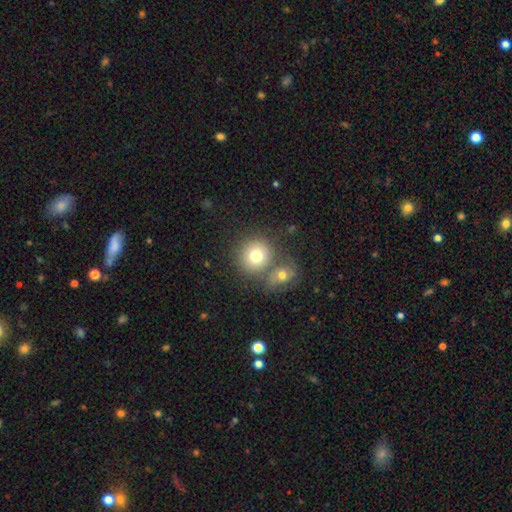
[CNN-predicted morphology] Overall: smooth (75%). How rounded: round (88%). Merging: none (60%; merger 28%).